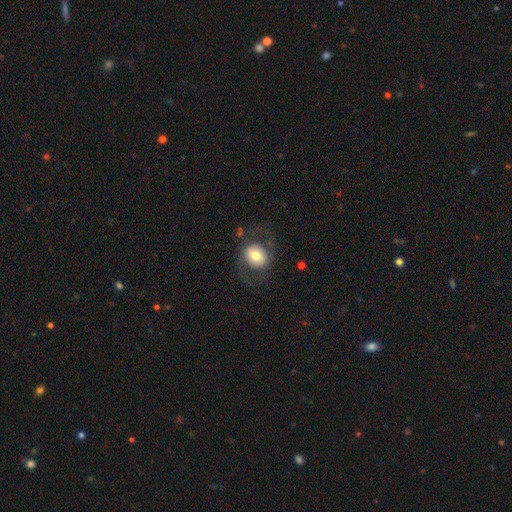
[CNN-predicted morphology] This is possibly a smooth galaxy (56%). How rounded: likely round (68%). Merging: likely none (69%).